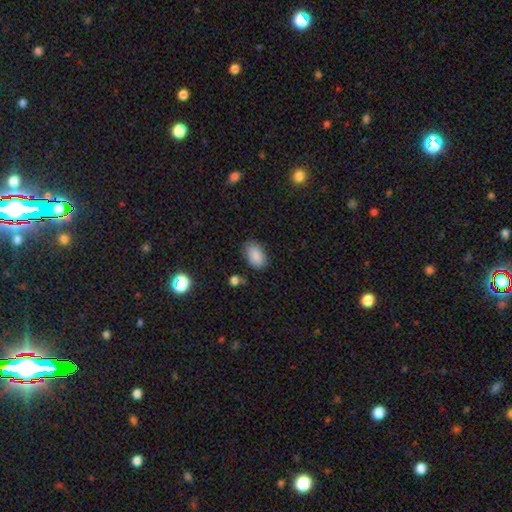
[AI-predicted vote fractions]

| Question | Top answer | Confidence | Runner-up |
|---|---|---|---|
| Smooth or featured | smooth | 88% | star or artifact (8%) |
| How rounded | in between | 90% | round (9%) |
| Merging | none | 80% | minor disturbance (15%) |